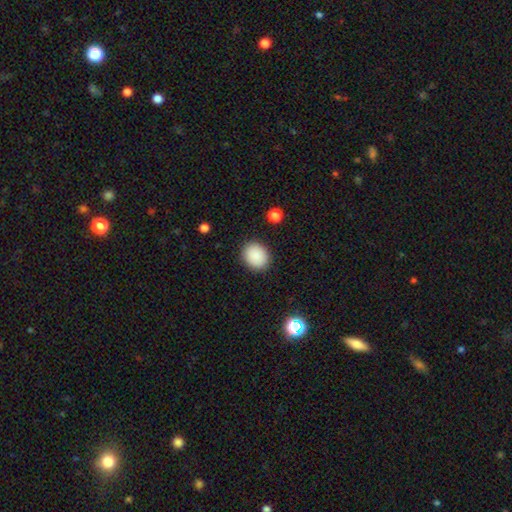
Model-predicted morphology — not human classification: The model was most divided on "how rounded": round: 69%, in between: 30%, cigar-shaped: 1%. More confident: merging — none (89%); smooth or featured — smooth (89%).